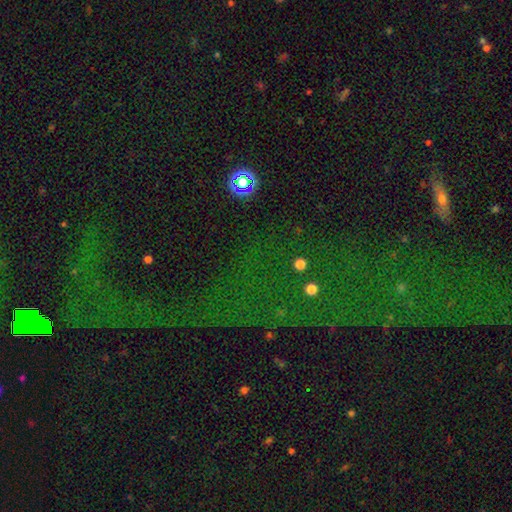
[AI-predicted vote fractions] Overall: star or artifact (71%).